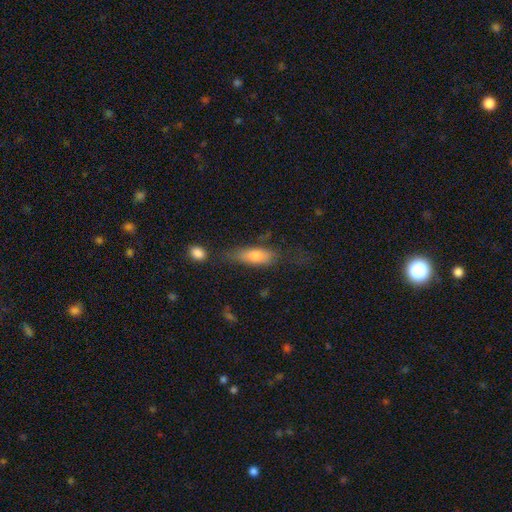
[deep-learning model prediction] This is likely a smooth galaxy (72%). How rounded: likely in between (67%). Merging: possibly none (49%).